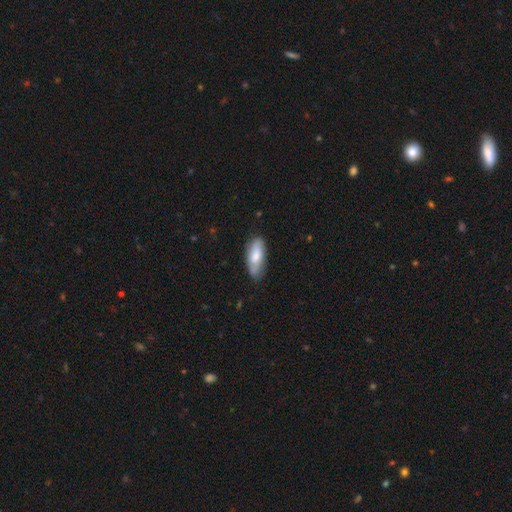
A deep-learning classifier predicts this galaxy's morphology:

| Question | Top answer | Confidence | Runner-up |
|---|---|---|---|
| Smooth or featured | smooth | 71% | featured or disk (23%) |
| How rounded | in between | 80% | cigar-shaped (18%) |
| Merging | none | 73% | minor disturbance (21%) |